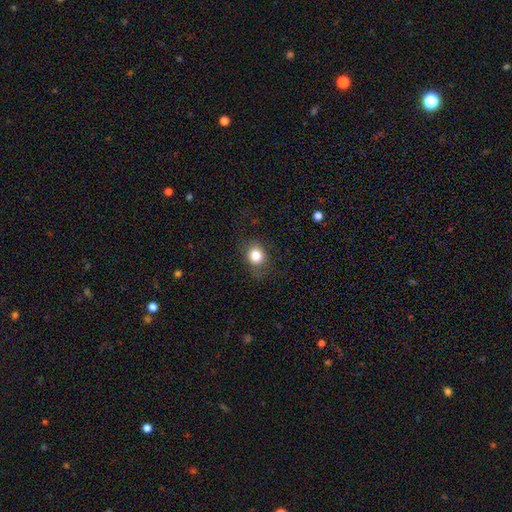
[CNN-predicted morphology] The model was most divided on "how rounded": round: 66%, in between: 33%, cigar-shaped: 1%. More confident: smooth or featured — smooth (82%); merging — none (76%).